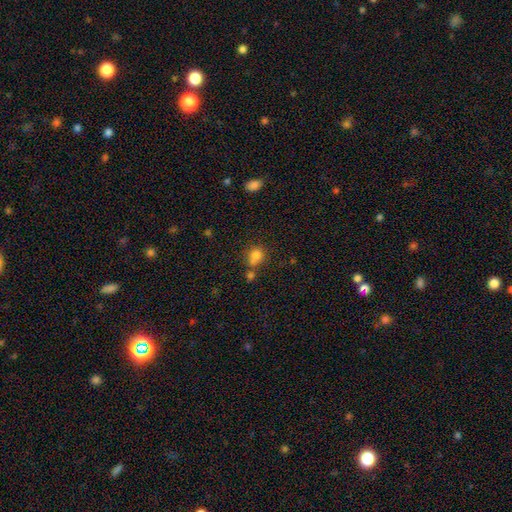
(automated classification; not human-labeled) Morphology: type=smooth (77%); roundness=round (70%); merging=none (45%).